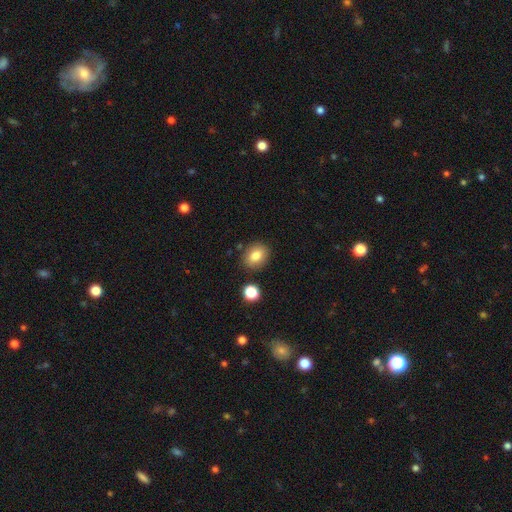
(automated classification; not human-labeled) smooth-or-featured: smooth: 83% | star or artifact: 10% | featured or disk: 8%
  how-rounded: in between: 55% | round: 44% | cigar-shaped: 1%
  merging: none: 83% | minor disturbance: 10% | merger: 4% | major disturbance: 3%